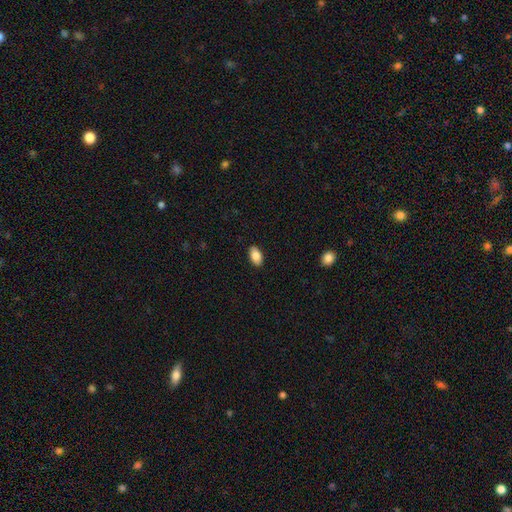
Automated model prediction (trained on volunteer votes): smooth_or_featured: smooth (p=0.86) [alt: featured or disk p=0.07]
how_rounded: in between (p=0.93) [alt: round p=0.04]
merging: none (p=0.89) [alt: minor disturbance p=0.08]